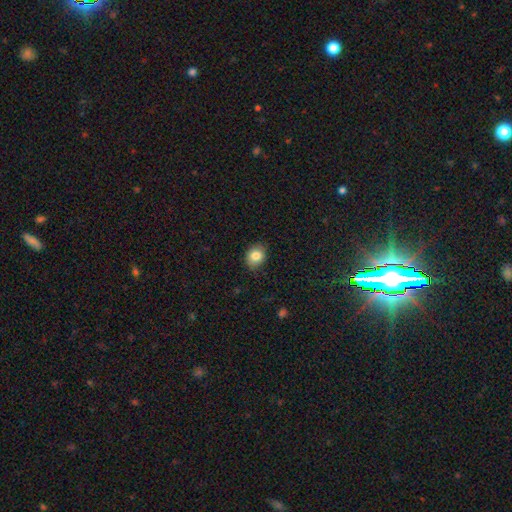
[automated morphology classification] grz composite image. It shows a smooth galaxy with no disk features (83%) that is in between round and cigar-shaped (53%). Merging: none (86%).